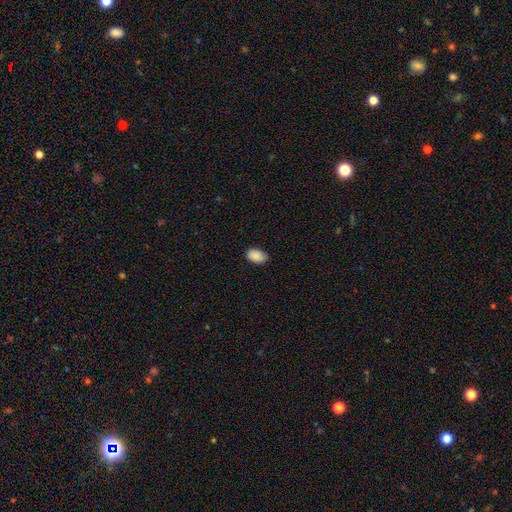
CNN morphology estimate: smooth-or-featured: smooth: 89% | star or artifact: 7% | featured or disk: 4%
  how-rounded: in between: 89% | round: 10% | cigar-shaped: 1%
  merging: none: 82% | minor disturbance: 15% | major disturbance: 2% | merger: 1%